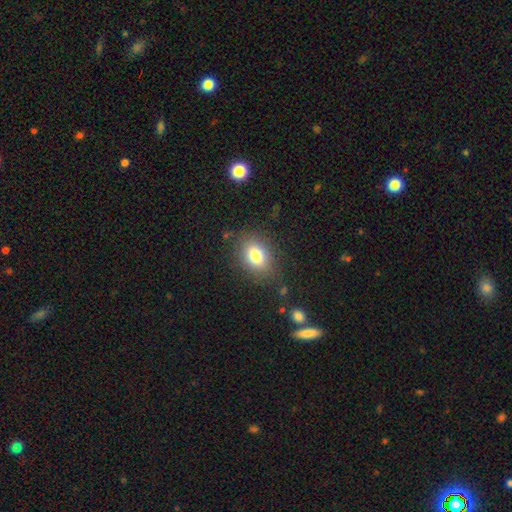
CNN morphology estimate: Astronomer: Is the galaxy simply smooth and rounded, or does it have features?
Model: smooth — 78%.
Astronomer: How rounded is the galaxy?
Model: in between — 70%.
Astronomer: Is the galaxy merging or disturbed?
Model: none — 81%.